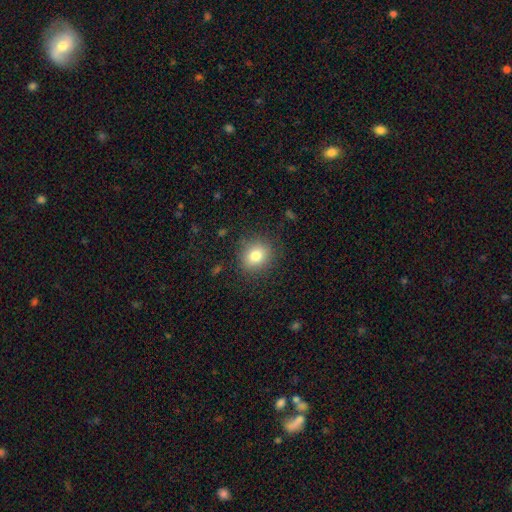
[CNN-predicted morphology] smooth_or_featured: smooth (p=0.80) [alt: star or artifact p=0.11]
how_rounded: round (p=0.77) [alt: in between p=0.22]
merging: none (p=0.86) [alt: minor disturbance p=0.10]